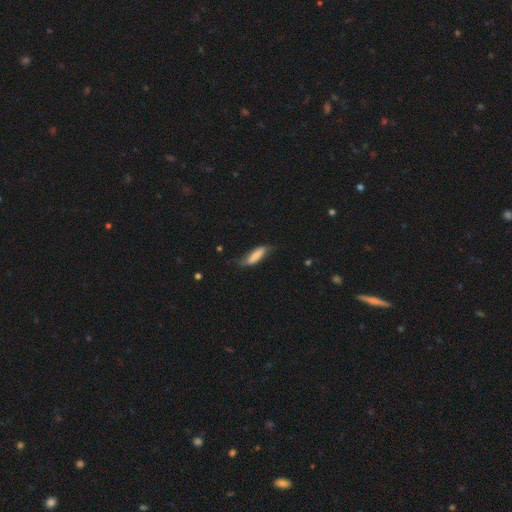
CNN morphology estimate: smooth 72%, featured or disk 21%, star or artifact 7%. Down the decision tree: how rounded — cigar-shaped (54%); merging — none (53%).